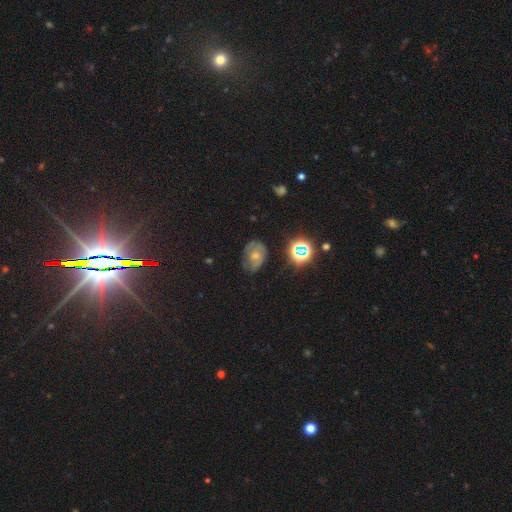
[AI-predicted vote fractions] featured or disk 46%, smooth 35%, star or artifact 19%. Down the decision tree: merging — none (54%).